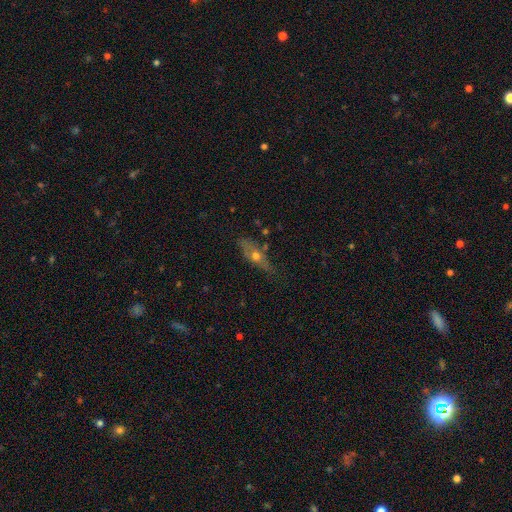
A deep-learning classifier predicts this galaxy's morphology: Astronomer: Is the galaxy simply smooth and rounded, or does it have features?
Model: featured or disk — 51% (runner-up: smooth, 39%).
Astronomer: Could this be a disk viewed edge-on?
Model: yes — 65%.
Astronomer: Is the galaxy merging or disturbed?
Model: none — 67%.